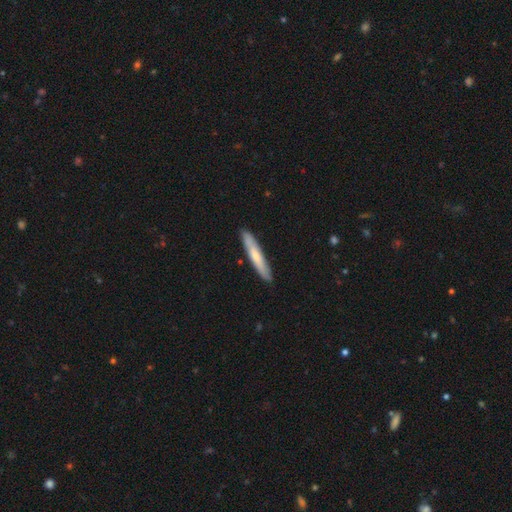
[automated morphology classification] Smooth or featured: smooth — 61% (featured or disk — 34%)
How rounded: cigar-shaped — 93% (in between — 6%)
Merging: none — 89% (minor disturbance — 8%)